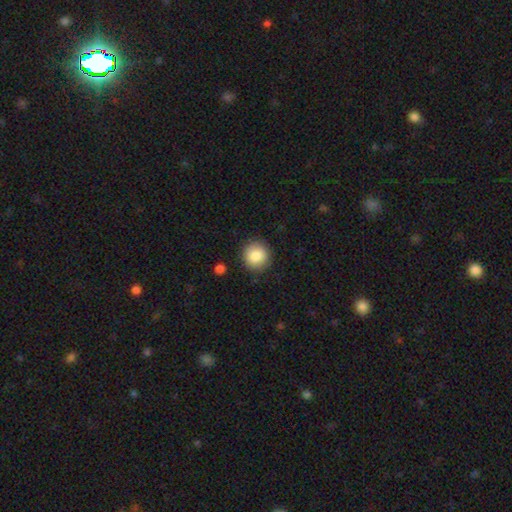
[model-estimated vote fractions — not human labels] This appears to be a smooth galaxy with no disk features (86%) that is round (92%). Merging: none (89%).